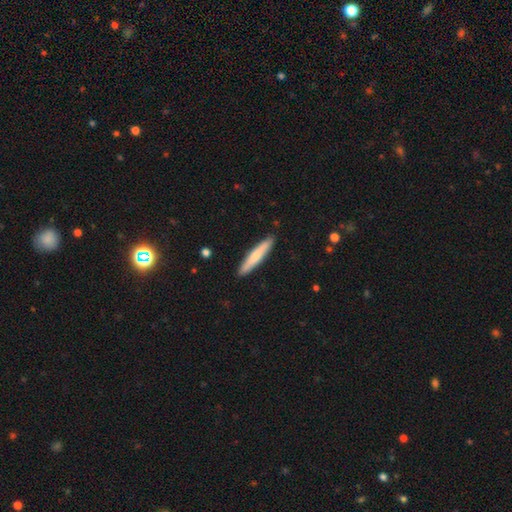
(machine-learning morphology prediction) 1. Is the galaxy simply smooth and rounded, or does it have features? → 71% smooth, 24% featured or disk, 5% star or artifact.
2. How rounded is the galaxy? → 92% cigar-shaped, 7% in between, 1% round.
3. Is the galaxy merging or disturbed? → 91% none, 7% minor disturbance, 1% major disturbance, 1% merger.